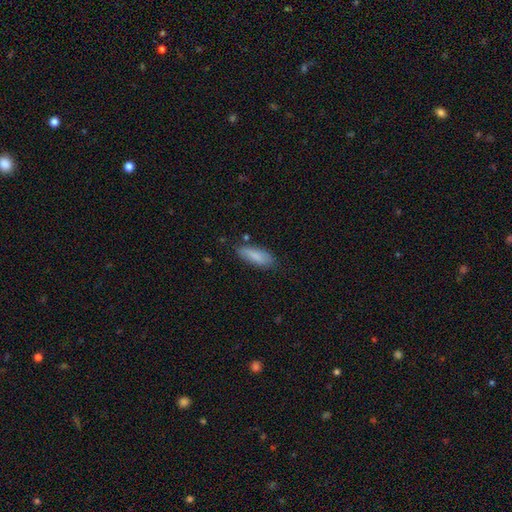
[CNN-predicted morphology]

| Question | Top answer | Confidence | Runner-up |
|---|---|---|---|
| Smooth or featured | smooth | 82% | featured or disk (12%) |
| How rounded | in between | 61% | cigar-shaped (37%) |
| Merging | none | 74% | minor disturbance (20%) |